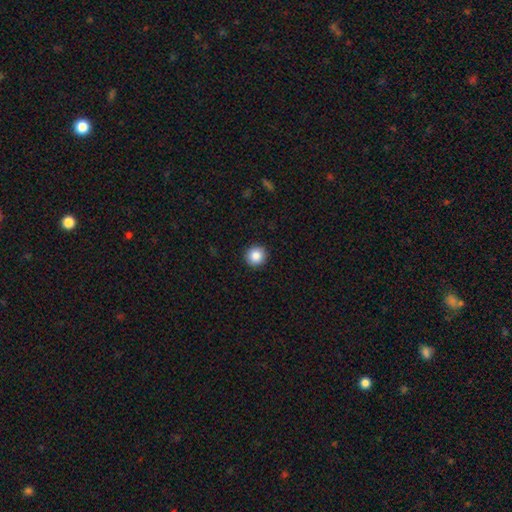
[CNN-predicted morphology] This appears to be a smooth galaxy with no disk features (86%) that is round (95%). Merging: none (93%).